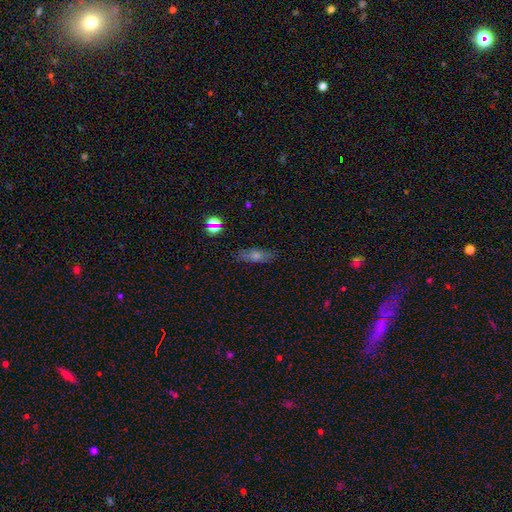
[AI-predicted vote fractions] A smooth galaxy with no disk features (47%).

Vote fractions:
- Smooth or featured? smooth: 47% / featured or disk: 36% / star or artifact: 16%
- Merging? none: 85% / minor disturbance: 11% / major disturbance: 3% / merger: 2%